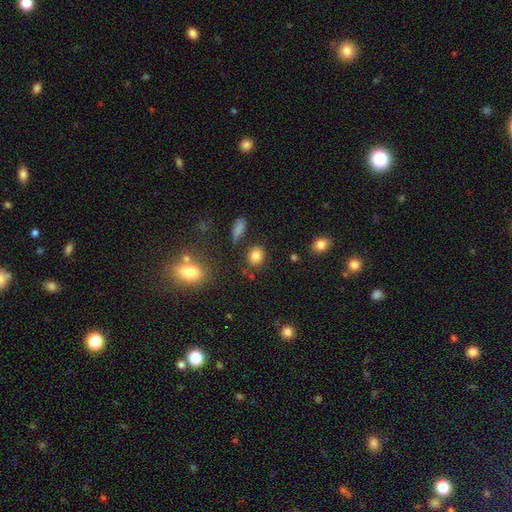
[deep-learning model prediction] smooth 83%, star or artifact 11%, featured or disk 6%. Down the decision tree: how rounded — round (59%); merging — none (79%).